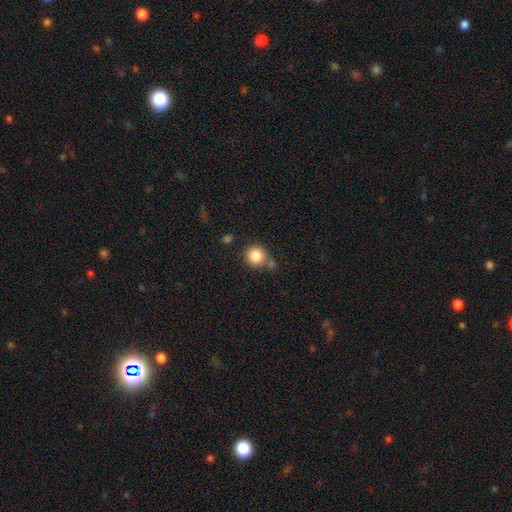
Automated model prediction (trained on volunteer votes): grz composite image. It shows a smooth galaxy with no disk features (85%) that is round (93%). Merging: none (69%).